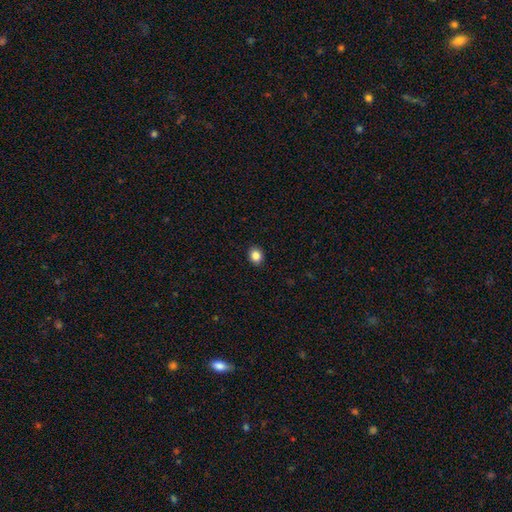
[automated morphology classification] smooth-or-featured: smooth: 86% | star or artifact: 10% | featured or disk: 4%
  how-rounded: round: 52% | in between: 47% | cigar-shaped: 1%
  merging: none: 91% | minor disturbance: 6% | major disturbance: 2% | merger: 1%